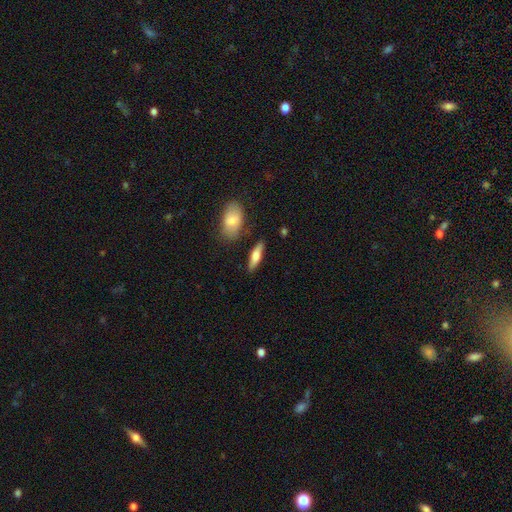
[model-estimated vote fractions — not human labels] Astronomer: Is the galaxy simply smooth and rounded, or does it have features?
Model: smooth — 63%.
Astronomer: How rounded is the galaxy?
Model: cigar-shaped — 55% (runner-up: in between, 42%).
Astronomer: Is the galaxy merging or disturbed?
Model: none — 82%.